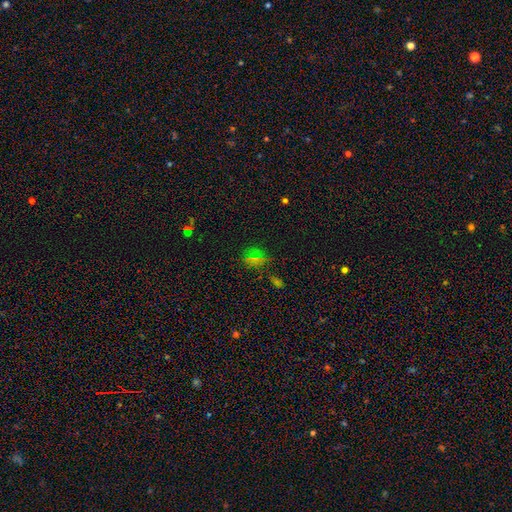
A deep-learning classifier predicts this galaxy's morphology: Overall: star or artifact (50%; smooth 39%).